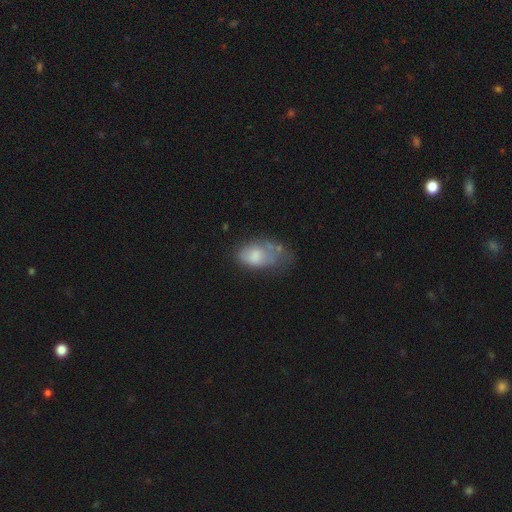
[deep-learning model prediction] Overall: smooth (65%; featured or disk 26%). How rounded: in between (90%). Merging: minor disturbance (33%; major disturbance 31%).